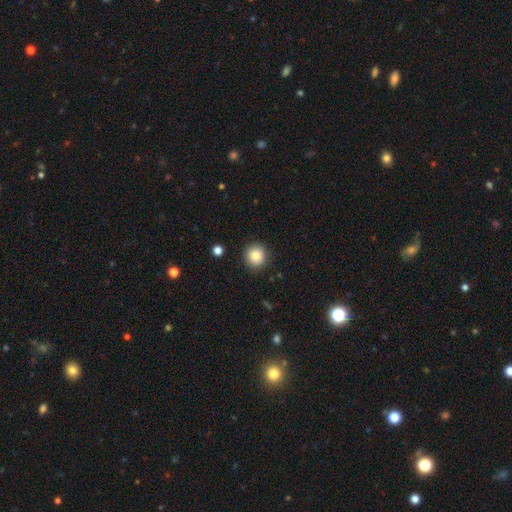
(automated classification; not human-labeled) smooth-or-featured: smooth: 84% | star or artifact: 10% | featured or disk: 6%
  how-rounded: round: 91% | in between: 8% | cigar-shaped: 1%
  merging: none: 89% | minor disturbance: 8% | major disturbance: 2% | merger: 1%